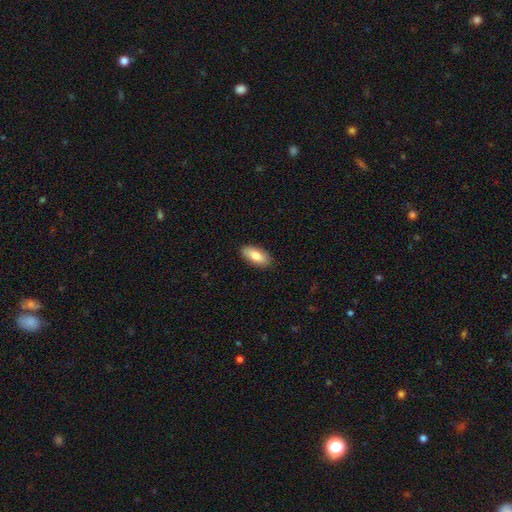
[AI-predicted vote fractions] Smooth or featured?
  - smooth: 80% *
  - featured or disk: 14%
  - star or artifact: 6%
How rounded?
  - in between: 87% *
  - cigar-shaped: 11%
  - round: 2%
Merging?
  - none: 90% *
  - minor disturbance: 8%
  - major disturbance: 2%
  - merger: 1%